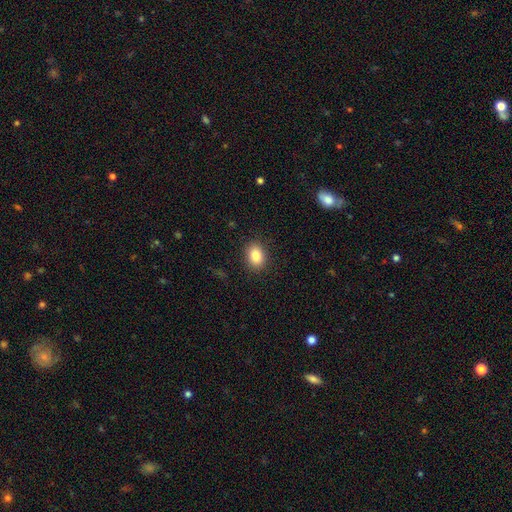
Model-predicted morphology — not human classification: Smooth or featured? smooth (85%)
How rounded? in between (68%)
Merging? none (88%)